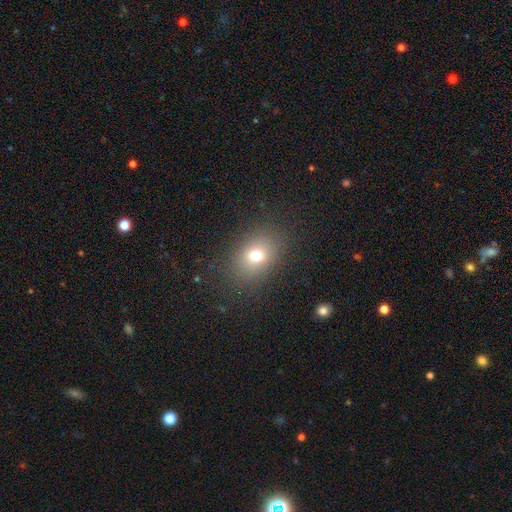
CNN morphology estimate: smooth 72%, star or artifact 16%, featured or disk 12%. Down the decision tree: how rounded — in between (60%); merging — none (84%).